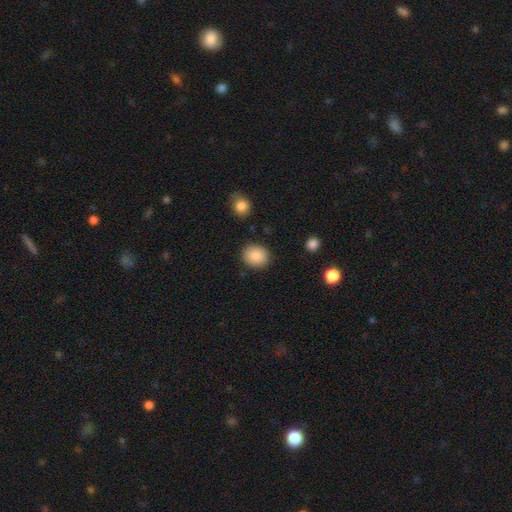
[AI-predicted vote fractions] Smooth or featured? Predicted: smooth (p=0.88). How rounded? Predicted: round (p=0.68). Merging? Predicted: none (p=0.88).